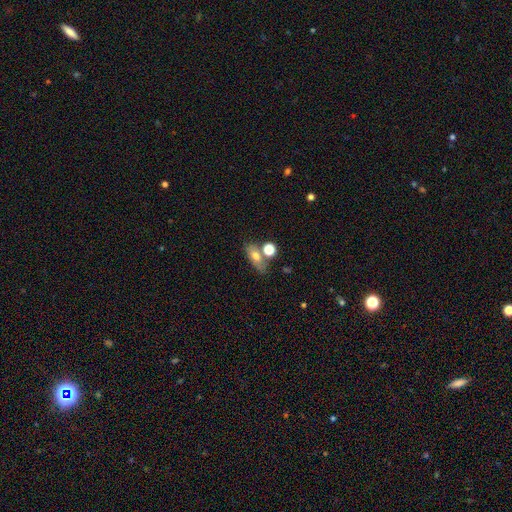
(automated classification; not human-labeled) smooth 66%, featured or disk 22%, star or artifact 12%. Down the decision tree: how rounded — in between (73%); merging — none (55%).